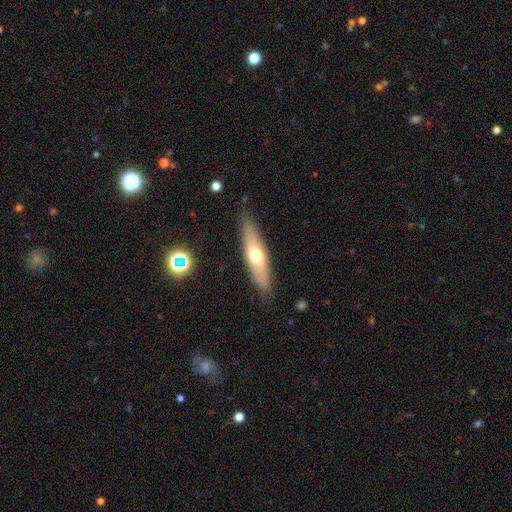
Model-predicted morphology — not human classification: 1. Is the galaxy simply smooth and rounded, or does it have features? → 53% smooth, 40% featured or disk, 7% star or artifact.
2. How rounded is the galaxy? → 72% cigar-shaped, 26% in between, 2% round.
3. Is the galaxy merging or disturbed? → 87% none, 10% minor disturbance, 2% major disturbance, 1% merger.